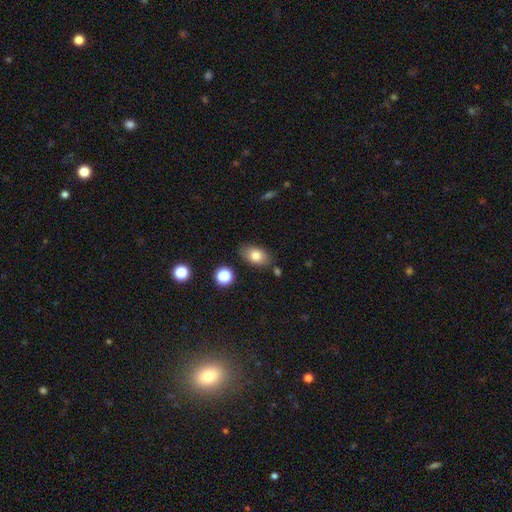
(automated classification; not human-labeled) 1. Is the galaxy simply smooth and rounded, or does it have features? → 79% smooth, 12% featured or disk, 9% star or artifact.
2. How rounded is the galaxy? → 87% in between, 10% round, 2% cigar-shaped.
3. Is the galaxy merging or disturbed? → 80% none, 13% minor disturbance, 4% merger, 3% major disturbance.